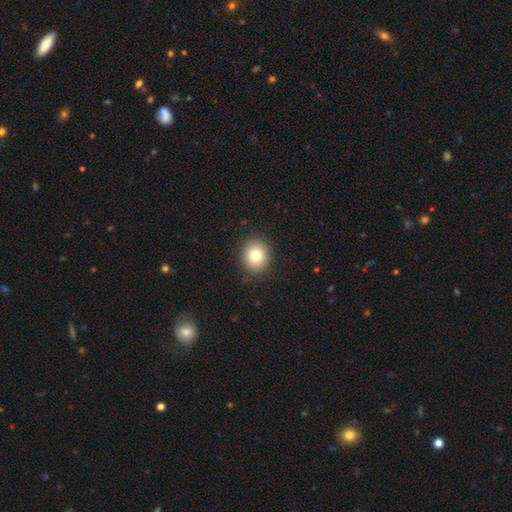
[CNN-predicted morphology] Q: Smooth or featured?
A: smooth (79%); runner-up: star or artifact (11%)
Q: How rounded?
A: round (82%); runner-up: in between (17%)
Q: Merging?
A: none (89%); runner-up: minor disturbance (8%)